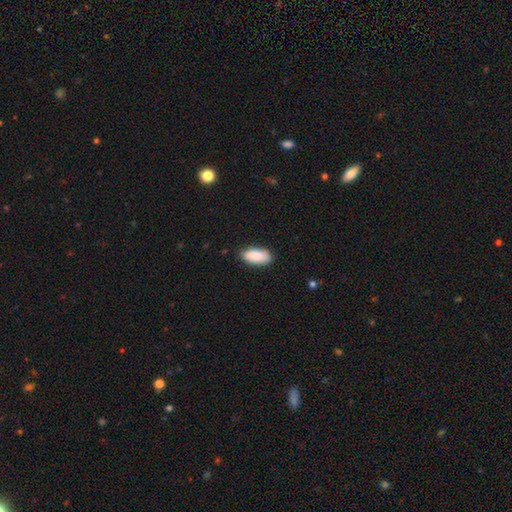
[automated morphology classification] Q: Smooth or featured?
A: smooth (90%); runner-up: star or artifact (6%)
Q: How rounded?
A: in between (88%); runner-up: cigar-shaped (10%)
Q: Merging?
A: none (82%); runner-up: minor disturbance (14%)